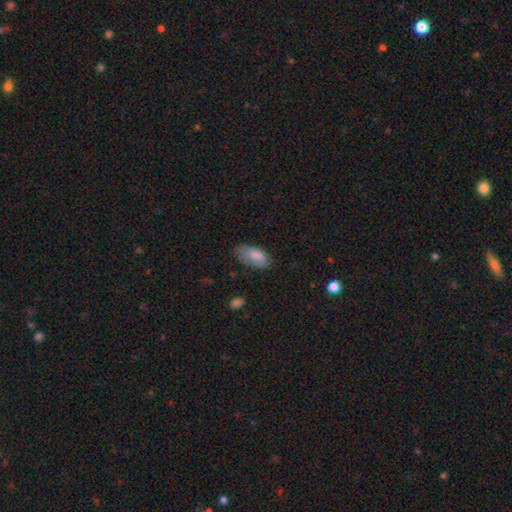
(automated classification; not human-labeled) smooth-or-featured: smooth: 81% | featured or disk: 11% | star or artifact: 7%
  how-rounded: in between: 92% | cigar-shaped: 5% | round: 3%
  merging: none: 52% | minor disturbance: 34% | major disturbance: 12% | merger: 2%